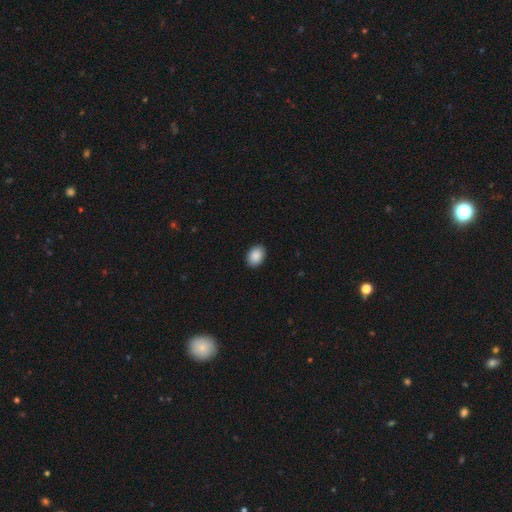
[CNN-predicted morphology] Smooth or featured?
  - smooth: 90% *
  - star or artifact: 7%
  - featured or disk: 3%
How rounded?
  - in between: 80% *
  - round: 20%
  - cigar-shaped: 1%
Merging?
  - none: 90% *
  - minor disturbance: 7%
  - major disturbance: 2%
  - merger: 1%